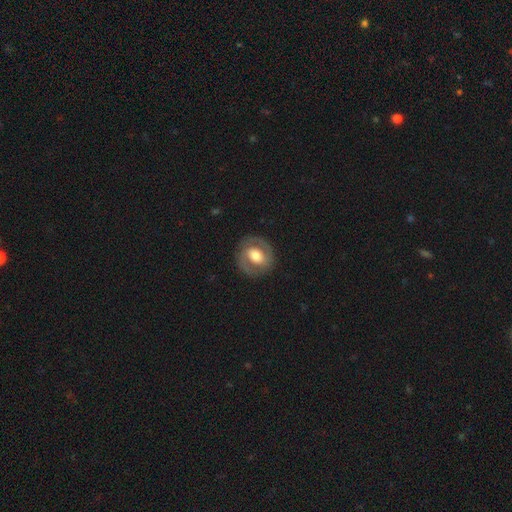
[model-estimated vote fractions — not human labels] smooth_or_featured: featured or disk (p=0.63) [alt: smooth p=0.32]
disk_edge_on: no (p=0.97) [alt: yes p=0.03]
bar: no (p=0.42) [alt: weak p=0.37]
has_spiral_arms: yes (p=0.67) [alt: no p=0.33]
bulge_size: moderate (p=0.55) [alt: large p=0.32]
merging: none (p=0.84) [alt: minor disturbance p=0.10]